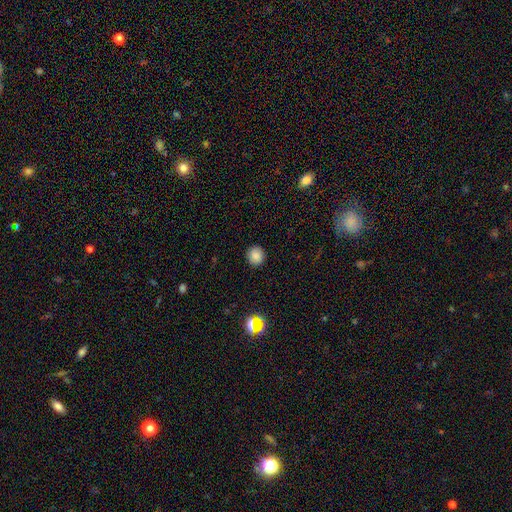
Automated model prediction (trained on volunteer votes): Morphology: type=smooth (83%); roundness=round (88%); merging=none (90%).